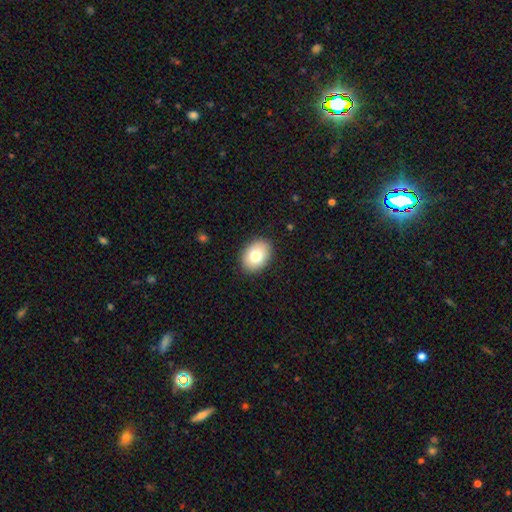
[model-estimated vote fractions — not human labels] This appears to be a smooth galaxy with no disk features (78%) that is in between round and cigar-shaped (74%). Merging: none (89%).